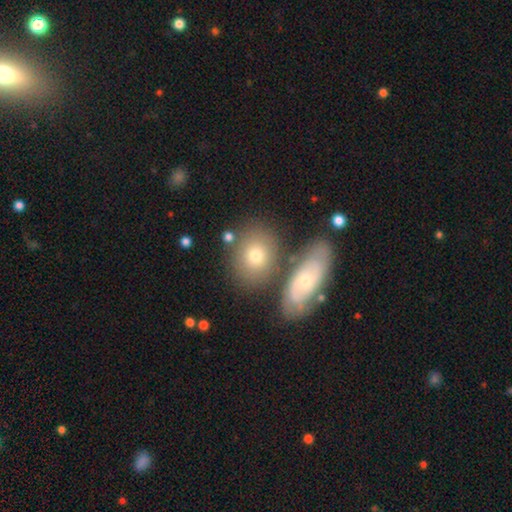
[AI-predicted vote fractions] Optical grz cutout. It shows a smooth galaxy with no disk features (69%) that is round (56%). Merging: none (65%).